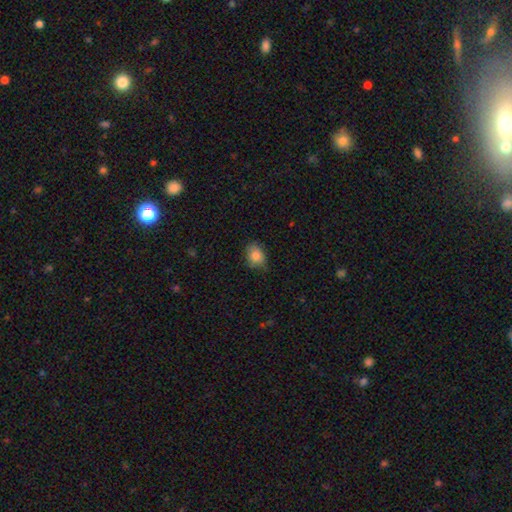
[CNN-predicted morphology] A smooth galaxy with no disk features (85%) that is in between round and cigar-shaped (59%).

Vote fractions:
- Smooth or featured? smooth: 85% / star or artifact: 8% / featured or disk: 6%
- How rounded? in between: 59% / round: 40% / cigar-shaped: 1%
- Merging? none: 73% / minor disturbance: 22% / major disturbance: 4% / merger: 1%